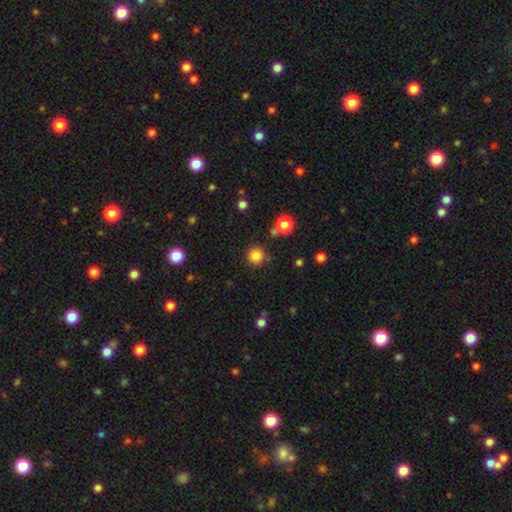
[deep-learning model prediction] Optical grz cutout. It shows a smooth galaxy with no disk features (83%) that is round (95%). Merging: none (84%).